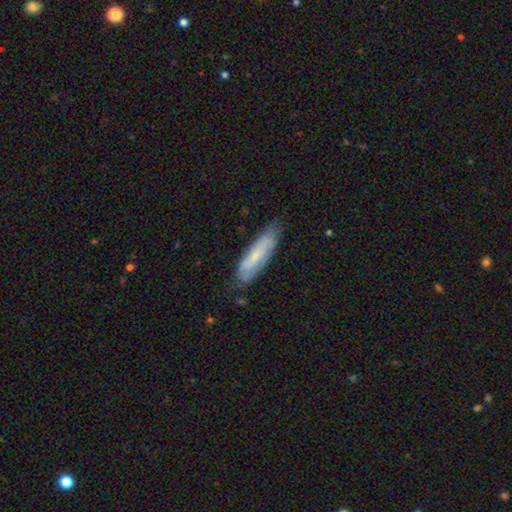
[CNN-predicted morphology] Smooth or featured?
  - smooth: 51% *
  - featured or disk: 42%
  - star or artifact: 7%
How rounded?
  - cigar-shaped: 66% *
  - in between: 32%
  - round: 2%
Merging?
  - none: 72% *
  - minor disturbance: 21%
  - major disturbance: 4%
  - merger: 2%